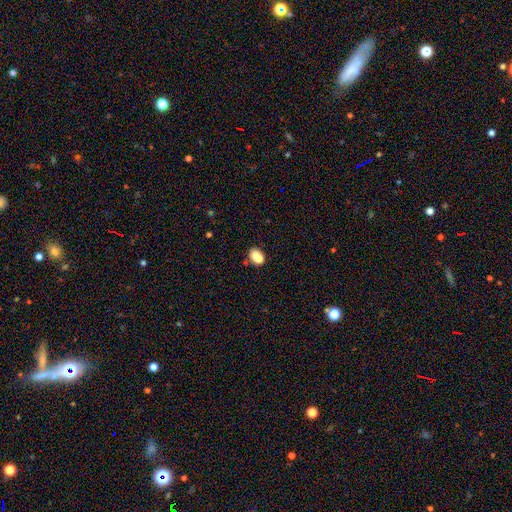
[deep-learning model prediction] smooth_or_featured: smooth (p=0.72) [alt: featured or disk p=0.16]
how_rounded: in between (p=0.55) [alt: round p=0.43]
merging: none (p=0.44) [alt: merger p=0.37]